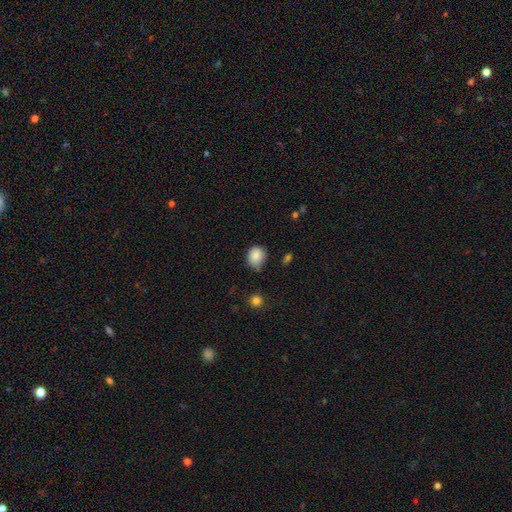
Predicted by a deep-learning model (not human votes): Morphology: type=smooth (85%); roundness=round (69%); merging=none (69%).